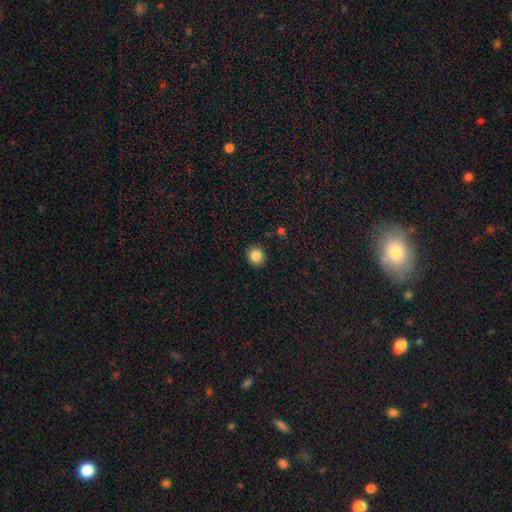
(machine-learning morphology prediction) Q: Smooth or featured?
A: smooth (85%); runner-up: star or artifact (10%)
Q: How rounded?
A: round (89%); runner-up: in between (10%)
Q: Merging?
A: none (91%); runner-up: minor disturbance (6%)